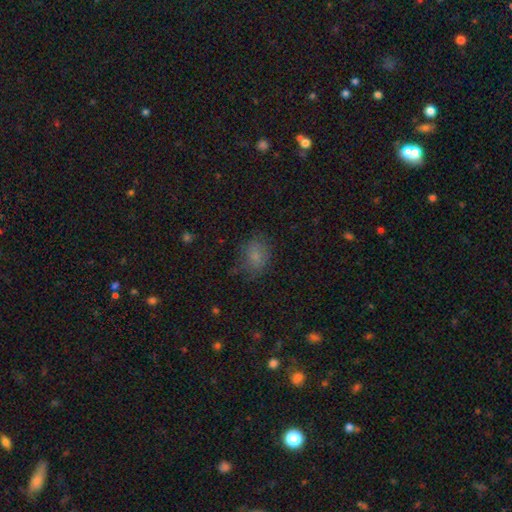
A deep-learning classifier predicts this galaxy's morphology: smooth-or-featured: smooth: 76% | star or artifact: 14% | featured or disk: 11%
  how-rounded: in between: 58% | round: 41% | cigar-shaped: 1%
  merging: none: 68% | minor disturbance: 22% | major disturbance: 9% | merger: 2%